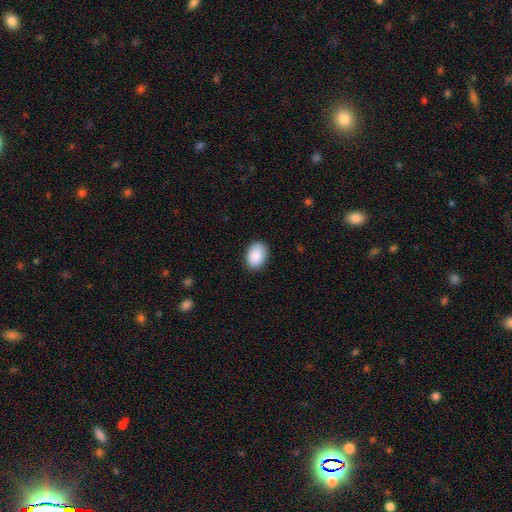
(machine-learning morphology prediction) type=smooth (89%); roundness=in between (81%); merging=none (87%).